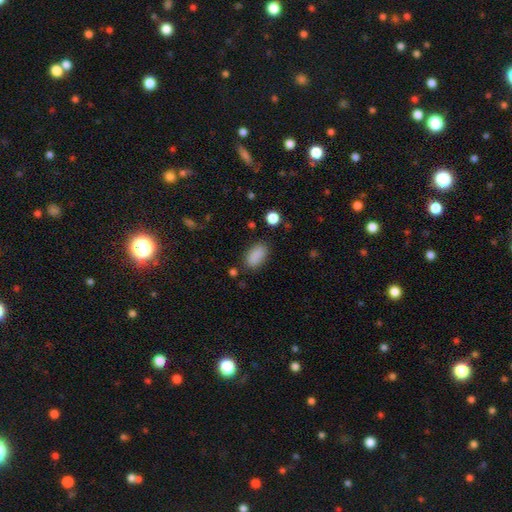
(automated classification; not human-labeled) smooth 88%, star or artifact 9%, featured or disk 4%. Down the decision tree: how rounded — in between (91%); merging — none (82%).